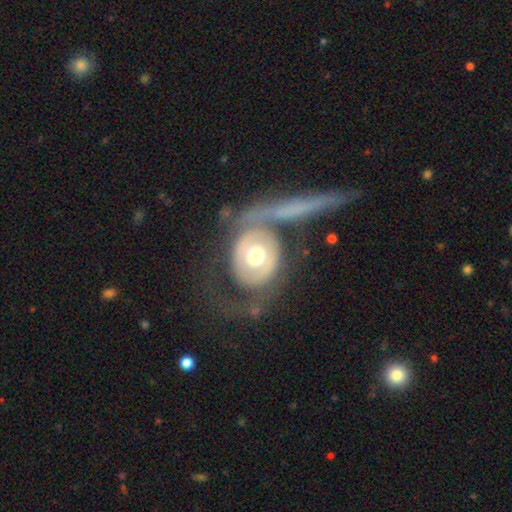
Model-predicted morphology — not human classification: type=featured or disk (59%); edge-on=no (92%); bar=no (81%); spiral arms=no (62%); bulge=moderate (71%); merging=none (43%).